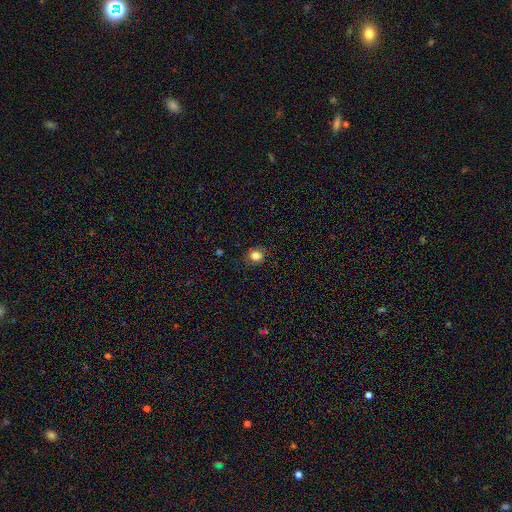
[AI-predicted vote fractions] This appears to be a smooth galaxy with no disk features (82%) that is round (68%). Merging: none (83%).